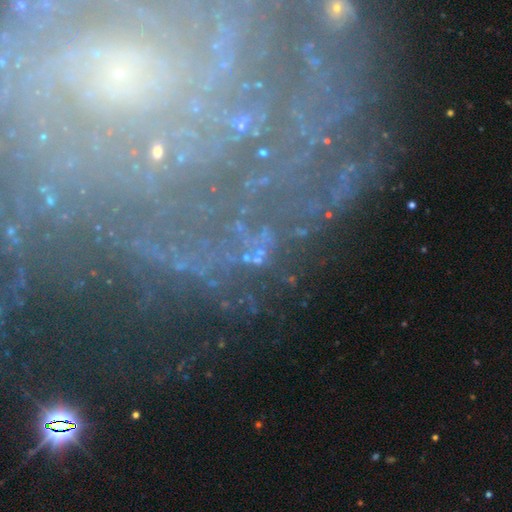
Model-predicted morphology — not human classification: The model was most divided on "smooth or featured": star or artifact: 56%, featured or disk: 31%, smooth: 13%.